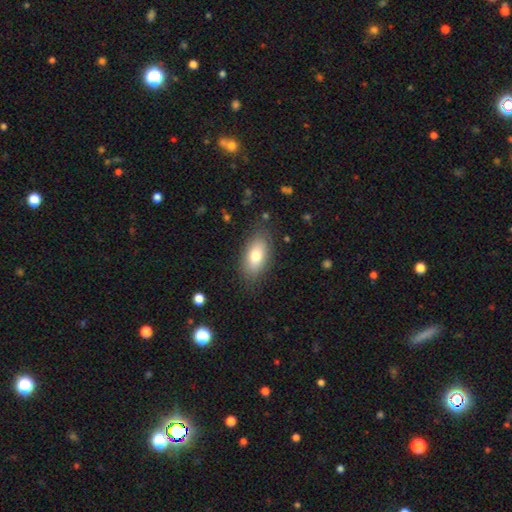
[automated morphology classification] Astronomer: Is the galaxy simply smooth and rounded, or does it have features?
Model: smooth — 78%.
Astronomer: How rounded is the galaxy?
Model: in between — 89%.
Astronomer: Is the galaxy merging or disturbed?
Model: none — 83%.